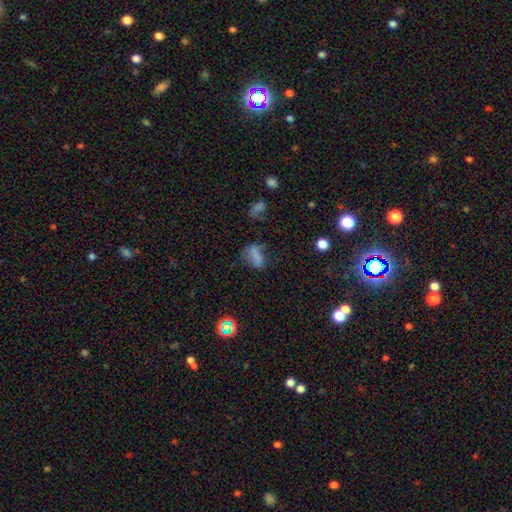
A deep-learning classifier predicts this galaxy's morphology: A smooth galaxy with no disk features (64%) that is in between round and cigar-shaped (78%).

Vote fractions:
- Smooth or featured? smooth: 64% / star or artifact: 20% / featured or disk: 16%
- How rounded? in between: 78% / round: 15% / cigar-shaped: 8%
- Merging? none: 45% / minor disturbance: 27% / major disturbance: 22% / merger: 6%